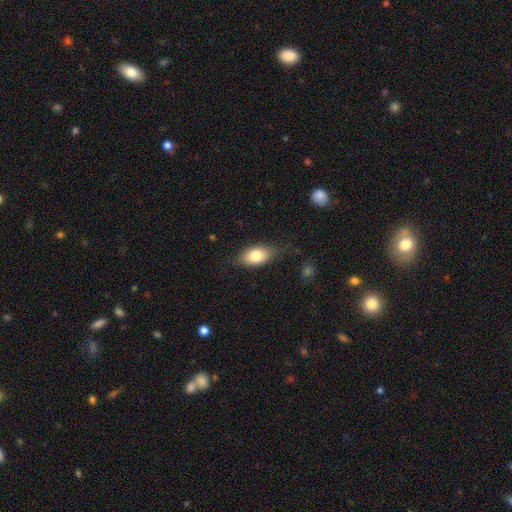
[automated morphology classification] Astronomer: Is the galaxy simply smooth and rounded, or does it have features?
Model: smooth — 76%.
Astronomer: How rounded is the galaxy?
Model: in between — 86%.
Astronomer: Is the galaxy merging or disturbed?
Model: none — 73%.